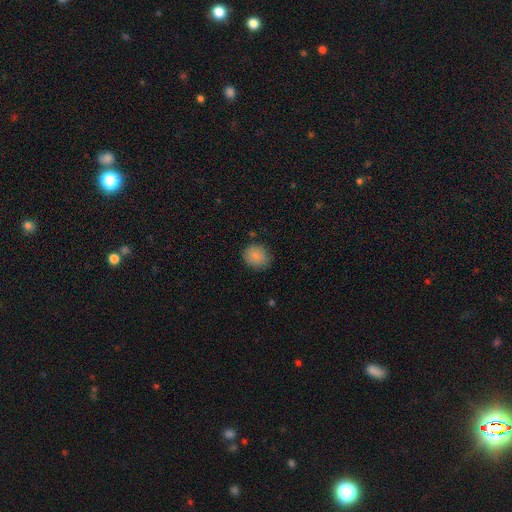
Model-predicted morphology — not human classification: Smooth or featured? smooth (87%)
How rounded? round (72%)
Merging? none (81%)